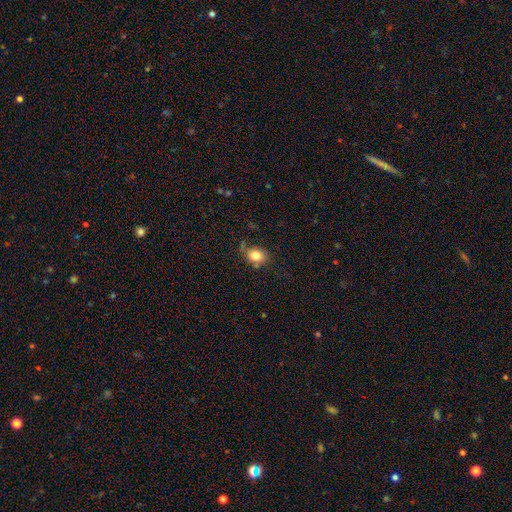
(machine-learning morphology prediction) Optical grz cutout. It shows a smooth galaxy with no disk features (81%) that is round (52%). Merging: none (71%).